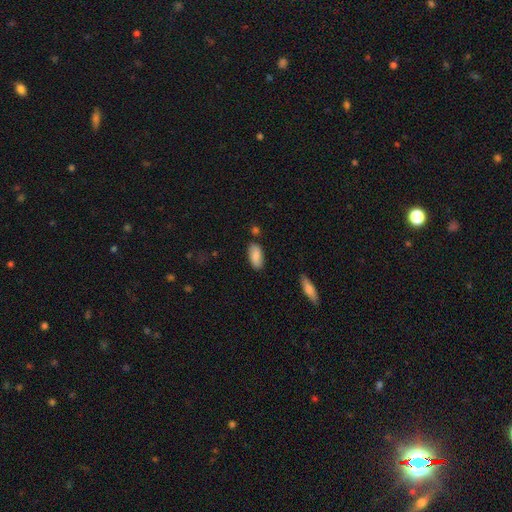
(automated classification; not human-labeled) smooth-or-featured: smooth: 86% | featured or disk: 8% | star or artifact: 6%
  how-rounded: in between: 90% | cigar-shaped: 7% | round: 2%
  merging: none: 82% | minor disturbance: 12% | merger: 3% | major disturbance: 3%